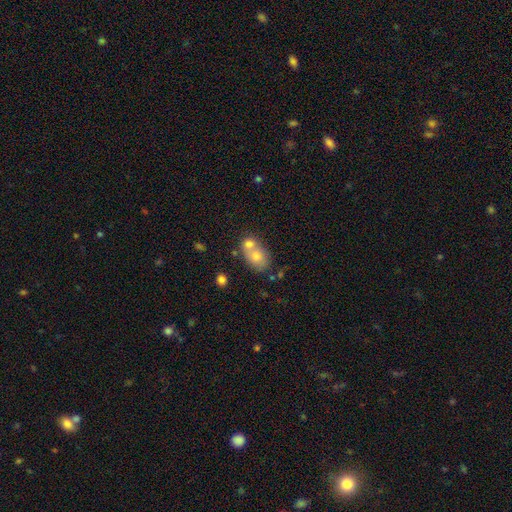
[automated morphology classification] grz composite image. It shows a smooth galaxy with no disk features (73%) that is in between round and cigar-shaped (67%). Merging: merger (53%).